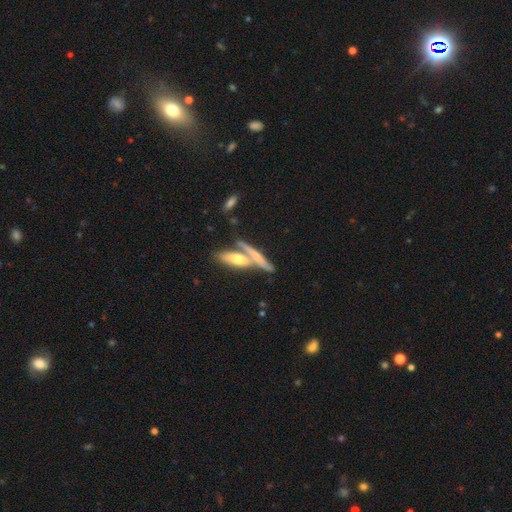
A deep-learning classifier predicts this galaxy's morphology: The model was most divided on "smooth or featured": smooth: 48%, featured or disk: 45%, star or artifact: 7%. Remaining: merging — merger (45%).